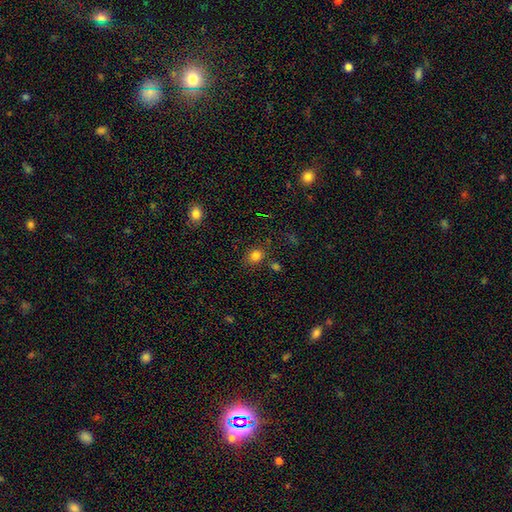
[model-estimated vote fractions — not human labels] Smooth or featured? smooth (80%)
How rounded? round (64%)
Merging? none (78%)